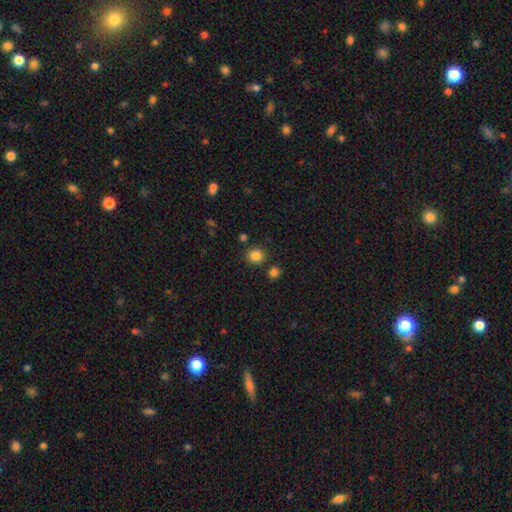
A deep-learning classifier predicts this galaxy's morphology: A smooth galaxy with no disk features (84%) that is round (89%).

Vote fractions:
- Smooth or featured? smooth: 84% / star or artifact: 12% / featured or disk: 4%
- How rounded? round: 89% / in between: 10% / cigar-shaped: 1%
- Merging? none: 85% / minor disturbance: 7% / merger: 5% / major disturbance: 2%